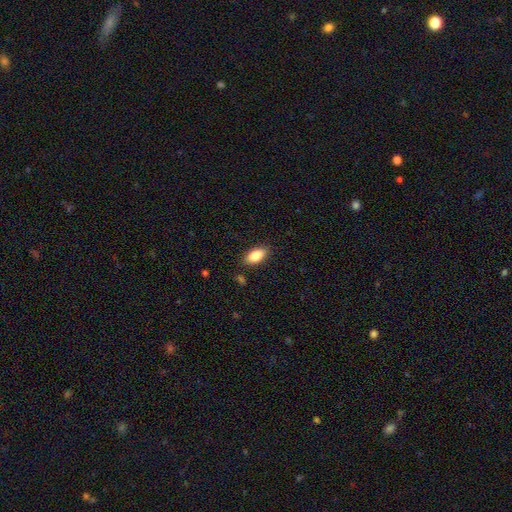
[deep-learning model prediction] Smooth or featured?
  - smooth: 86% *
  - featured or disk: 7%
  - star or artifact: 7%
How rounded?
  - in between: 91% *
  - cigar-shaped: 7%
  - round: 3%
Merging?
  - none: 85% *
  - minor disturbance: 10%
  - major disturbance: 2%
  - merger: 2%